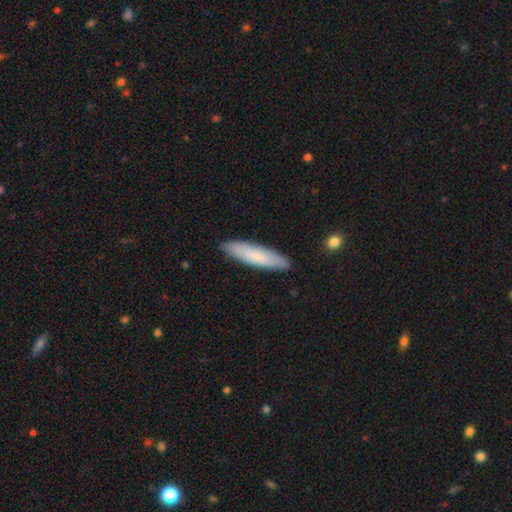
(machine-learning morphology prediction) Smooth or featured? smooth (78%)
How rounded? cigar-shaped (80%)
Merging? none (89%)